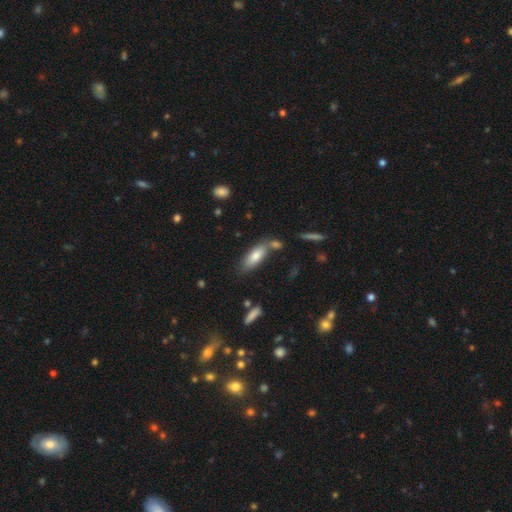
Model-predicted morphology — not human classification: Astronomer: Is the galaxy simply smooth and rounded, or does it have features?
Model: smooth — 77%.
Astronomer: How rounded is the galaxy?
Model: in between — 65%.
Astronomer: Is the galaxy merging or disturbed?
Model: none — 62%.